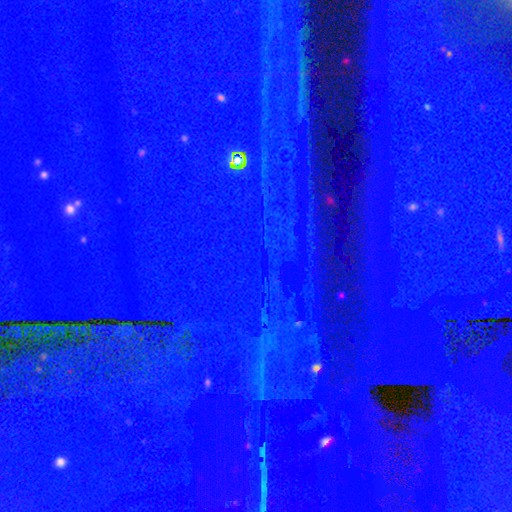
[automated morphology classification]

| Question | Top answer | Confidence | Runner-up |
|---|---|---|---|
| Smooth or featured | star or artifact | 88% | featured or disk (7%) |